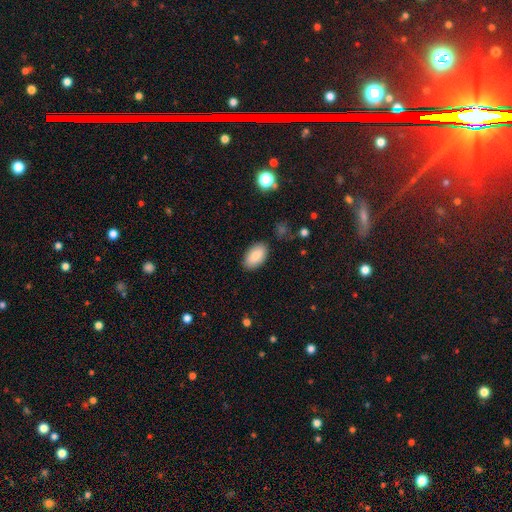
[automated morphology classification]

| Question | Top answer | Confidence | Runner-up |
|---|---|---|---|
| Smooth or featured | smooth | 85% | featured or disk (8%) |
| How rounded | in between | 94% | round (4%) |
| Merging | none | 86% | minor disturbance (10%) |